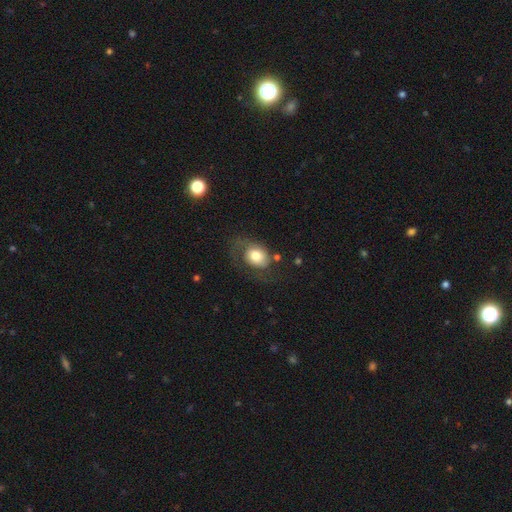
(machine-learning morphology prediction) The model was most divided on "how rounded": in between: 53%, round: 46%, cigar-shaped: 1%. Remaining: smooth or featured — smooth (61%); merging — none (41%).